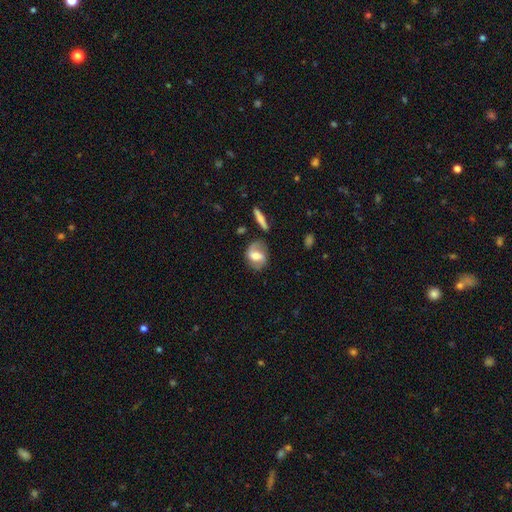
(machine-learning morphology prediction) A featured or disk galaxy (58%) with a weak bar (45%), spiral arms (83%) and a moderate central bulge (59%).

Vote fractions:
- Smooth or featured? featured or disk: 58% / smooth: 35% / star or artifact: 7%
- Edge-on disk? no: 94% / yes: 6%
- Bar? weak: 45% / strong: 30% / no: 25%
- Spiral arms? yes: 83% / no: 17%
- Bulge size? moderate: 59% / large: 19% / small: 17% / none: 4% / dominant: 2%
- Merging? none: 69% / minor disturbance: 19% / major disturbance: 7% / merger: 5%